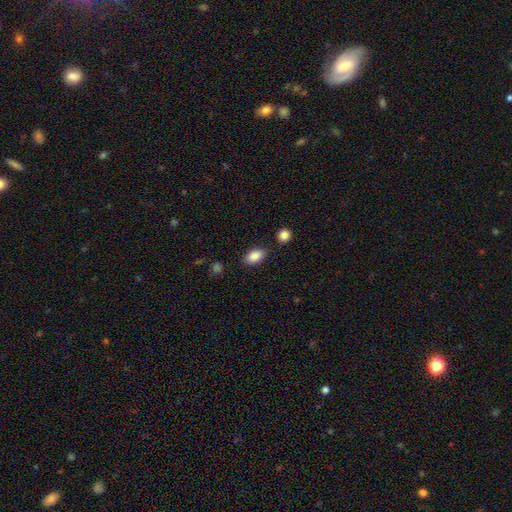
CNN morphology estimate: A smooth galaxy with no disk features (88%) that is in between round and cigar-shaped (90%). Merging: none (83%).